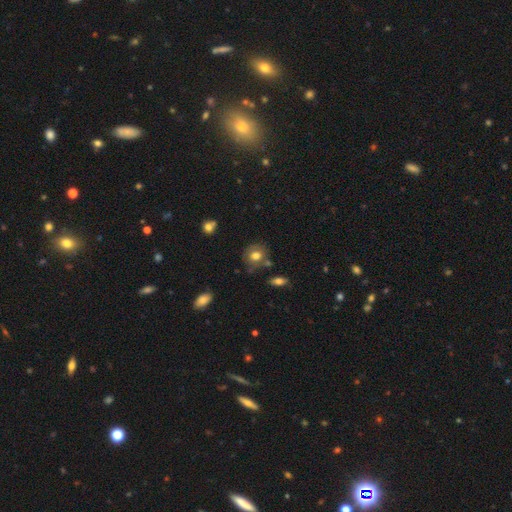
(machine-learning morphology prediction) This is likely a smooth galaxy (70%). How rounded: likely round (77%). Merging: likely none (73%).